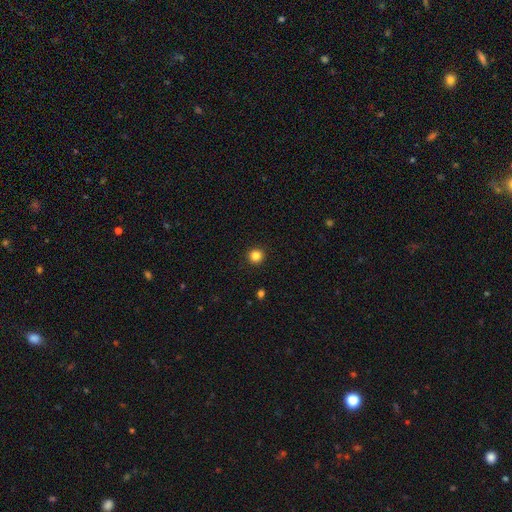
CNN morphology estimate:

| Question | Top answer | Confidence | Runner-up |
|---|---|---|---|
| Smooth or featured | smooth | 84% | star or artifact (12%) |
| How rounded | round | 95% | in between (4%) |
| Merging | none | 93% | minor disturbance (4%) |